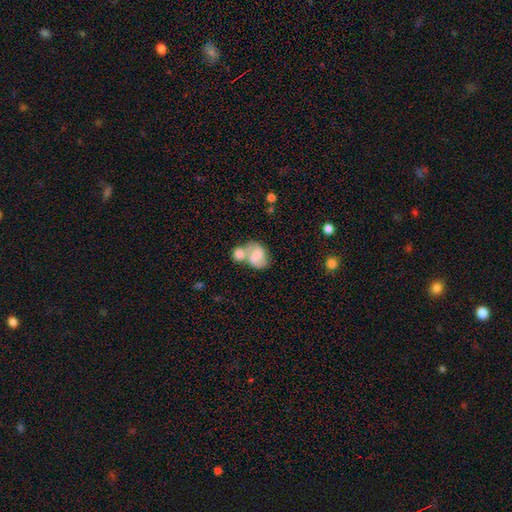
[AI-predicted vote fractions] Overall: smooth (59%; featured or disk 33%). How rounded: in between (65%; round 34%). Merging: merger (59%; none 21%).